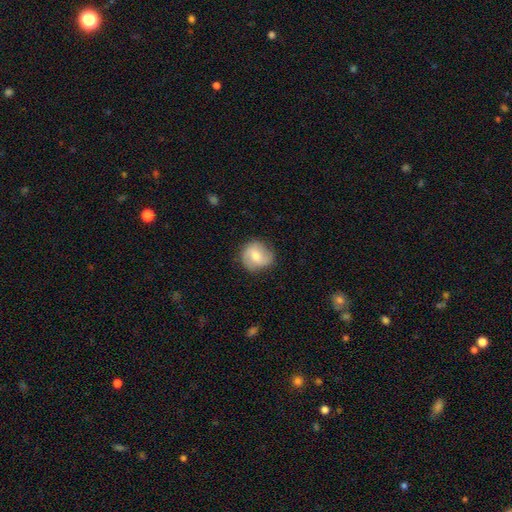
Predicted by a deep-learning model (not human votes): Morphology: type=smooth (51%); roundness=round (86%); merging=none (78%).